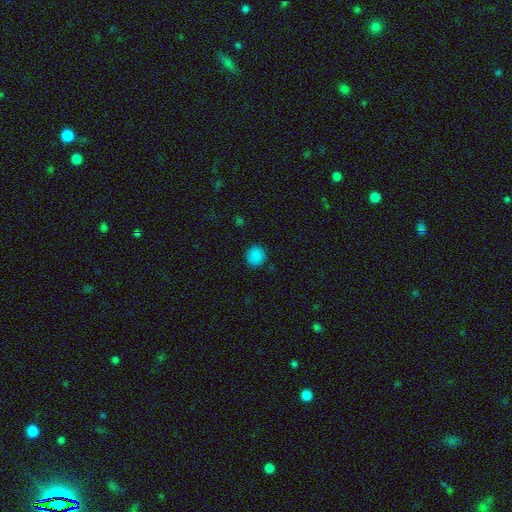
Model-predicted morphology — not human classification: A smooth galaxy with no disk features (86%) that is round (86%).

Vote fractions:
- Smooth or featured? smooth: 86% / star or artifact: 11% / featured or disk: 3%
- How rounded? round: 86% / in between: 13% / cigar-shaped: 1%
- Merging? none: 89% / minor disturbance: 7% / major disturbance: 2% / merger: 1%